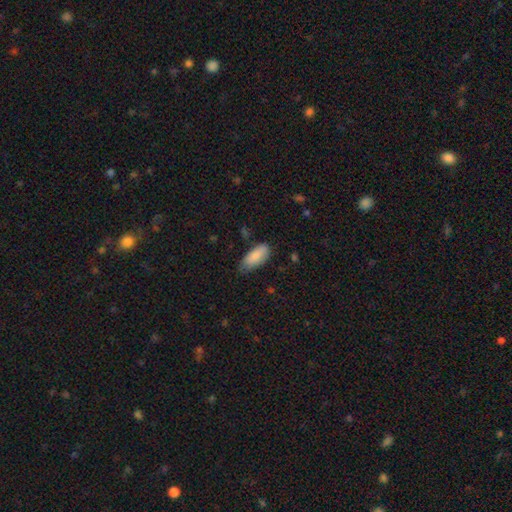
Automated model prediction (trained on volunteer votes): smooth-or-featured: smooth: 86% | featured or disk: 8% | star or artifact: 6%
  how-rounded: in between: 86% | cigar-shaped: 12% | round: 2%
  merging: none: 66% | minor disturbance: 28% | major disturbance: 5% | merger: 2%